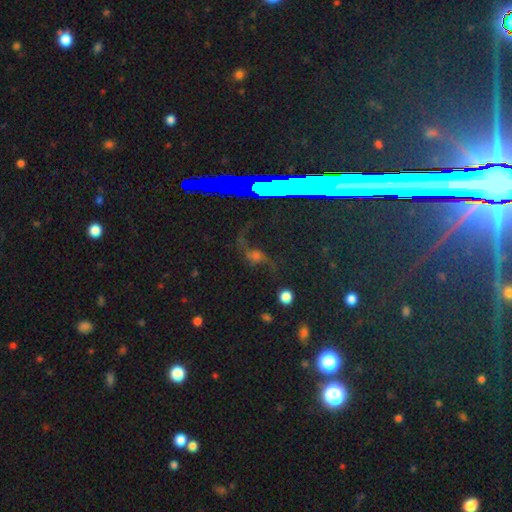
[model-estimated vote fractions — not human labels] This is marginally a featured or disk galaxy (40%). Merging: possibly none (58%).